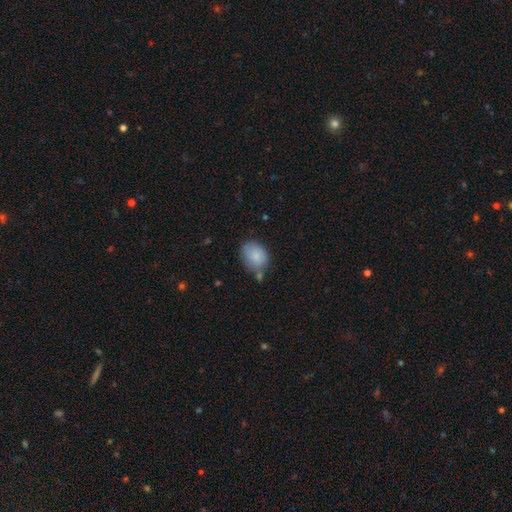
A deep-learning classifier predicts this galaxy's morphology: This appears to be a smooth galaxy with no disk features (85%) that is in between round and cigar-shaped (66%). Merging: none (61%).